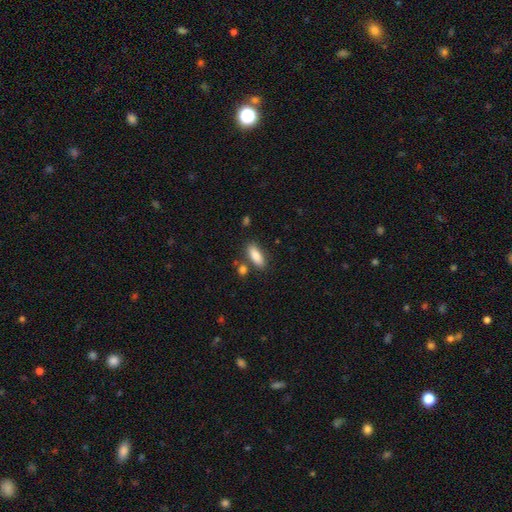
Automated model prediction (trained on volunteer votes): The model was most divided on "how rounded": in between: 73%, cigar-shaped: 24%, round: 2%. More confident: smooth or featured — smooth (86%); merging — none (79%).